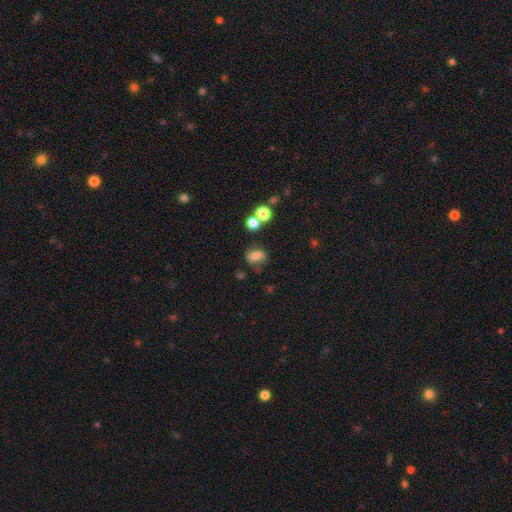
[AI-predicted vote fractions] Morphology: type=smooth (58%); roundness=in between (59%); merging=none (61%).